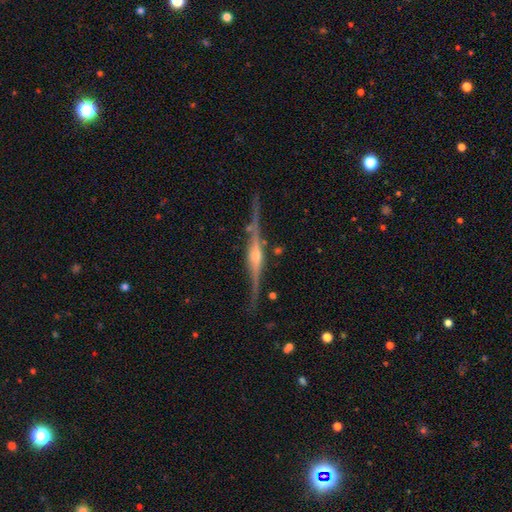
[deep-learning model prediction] A featured or disk galaxy (88%) viewed edge-on (98%) with a rounded central bulge (87%). Merging: none (84%).